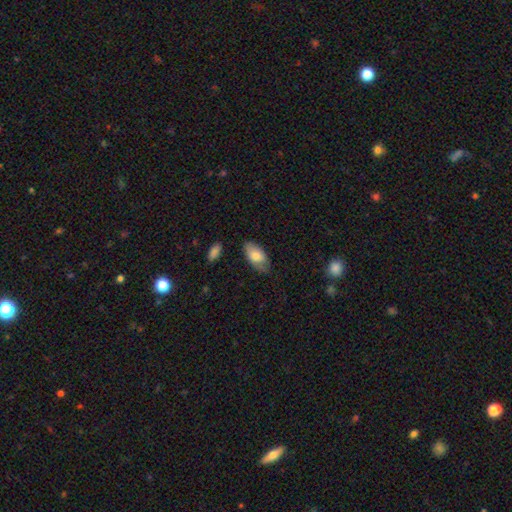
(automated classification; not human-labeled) Overall: smooth (74%). How rounded: in between (93%). Merging: none (70%).